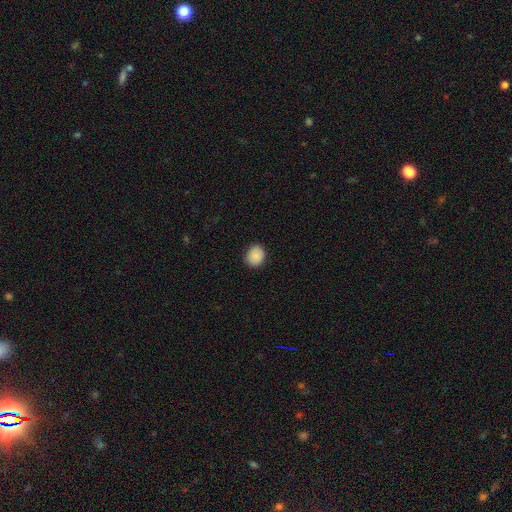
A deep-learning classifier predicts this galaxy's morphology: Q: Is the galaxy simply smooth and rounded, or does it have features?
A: smooth — 88%.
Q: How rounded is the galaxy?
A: round — 70%.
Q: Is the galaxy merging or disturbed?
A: none — 87%.